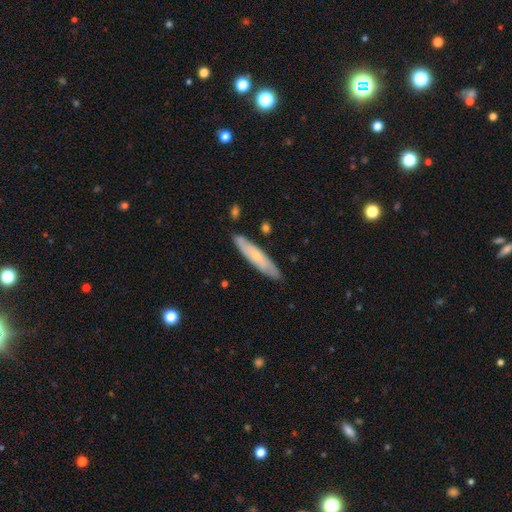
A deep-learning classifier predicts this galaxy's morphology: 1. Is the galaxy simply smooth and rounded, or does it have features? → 52% smooth, 43% featured or disk, 6% star or artifact.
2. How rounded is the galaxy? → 84% cigar-shaped, 14% in between, 2% round.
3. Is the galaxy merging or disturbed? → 85% none, 11% minor disturbance, 2% merger, 2% major disturbance.